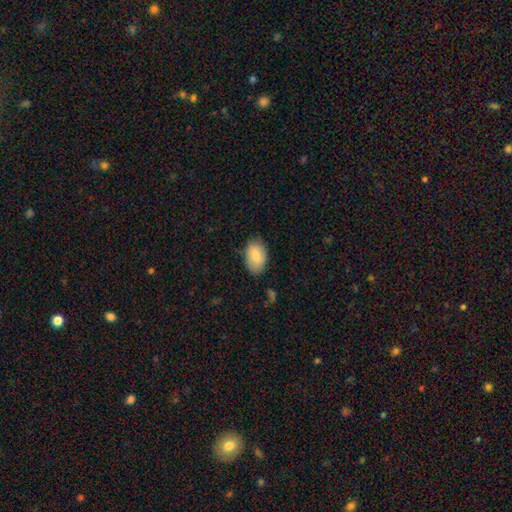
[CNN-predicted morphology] This is clearly a smooth galaxy (83%). How rounded: clearly in between (90%). Merging: likely none (79%).